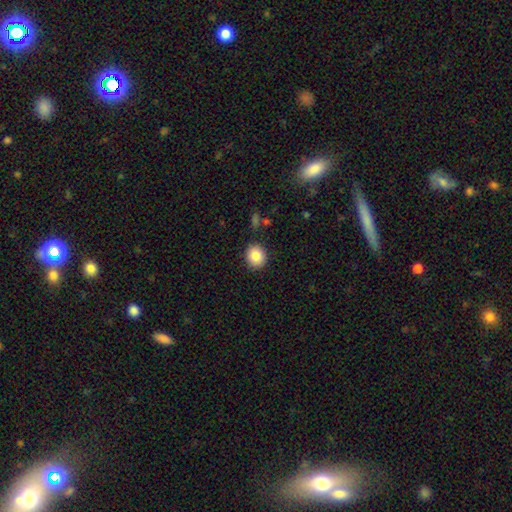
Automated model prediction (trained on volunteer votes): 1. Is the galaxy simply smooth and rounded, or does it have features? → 84% smooth, 9% star or artifact, 7% featured or disk.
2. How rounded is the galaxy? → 80% round, 19% in between, 1% cigar-shaped.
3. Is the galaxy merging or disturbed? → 89% none, 7% minor disturbance, 2% major disturbance, 2% merger.